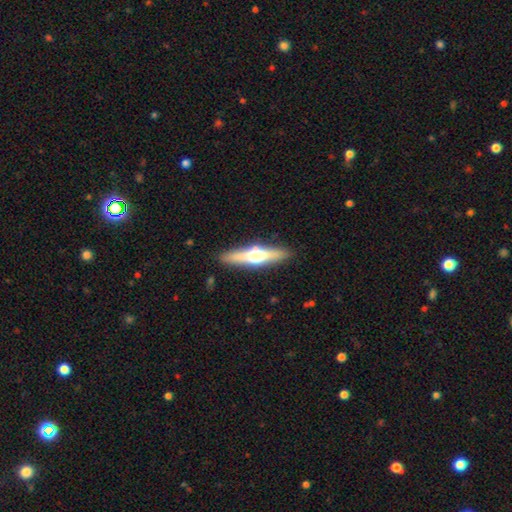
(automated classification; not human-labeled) A featured or disk galaxy (59%) viewed edge-on (94%) with a rounded central bulge (94%).

Vote fractions:
- Smooth or featured? featured or disk: 59% / smooth: 35% / star or artifact: 6%
- Edge-on disk? yes: 94% / no: 6%
- Edge-on bulge? rounded: 94% / boxy: 3% / none: 2%
- Merging? none: 89% / minor disturbance: 8% / major disturbance: 2% / merger: 2%